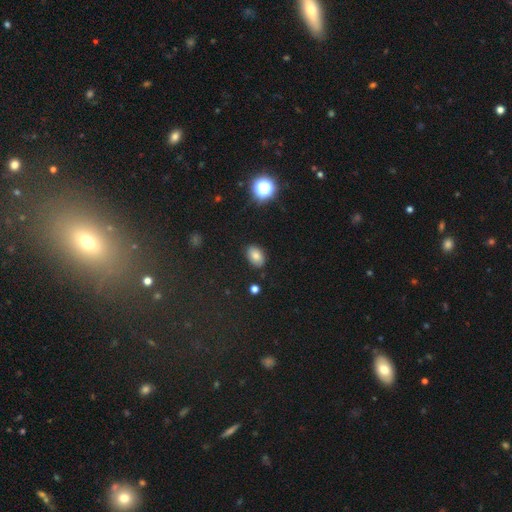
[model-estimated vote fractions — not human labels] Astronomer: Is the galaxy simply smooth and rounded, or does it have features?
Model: smooth — 78%.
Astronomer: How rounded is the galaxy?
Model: in between — 86%.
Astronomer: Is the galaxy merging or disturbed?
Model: none — 85%.